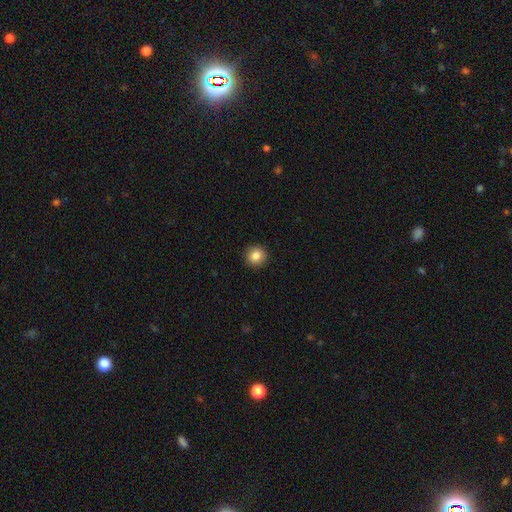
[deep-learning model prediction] This is clearly a smooth galaxy (86%). How rounded: clearly round (91%). Merging: clearly none (92%).